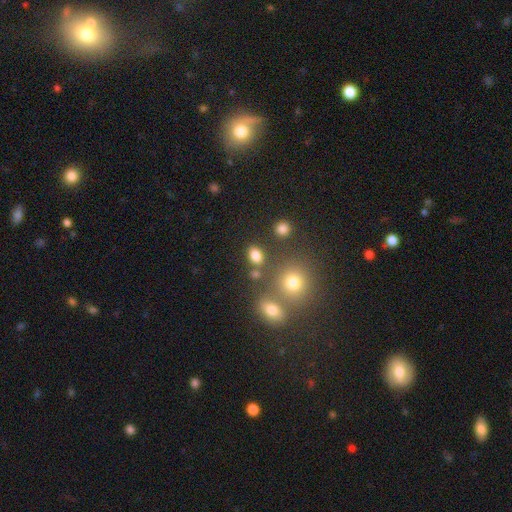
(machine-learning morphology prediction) This appears to be a smooth galaxy with no disk features (80%) that is in between round and cigar-shaped (71%). Merging: none (74%).